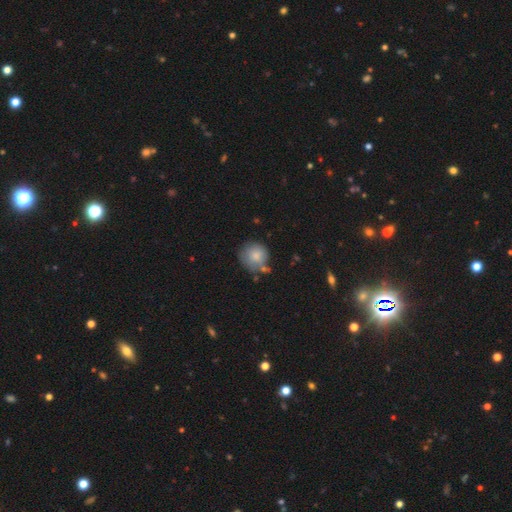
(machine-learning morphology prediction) This appears to be a smooth galaxy with no disk features (81%) that is round (89%). Merging: none (62%).